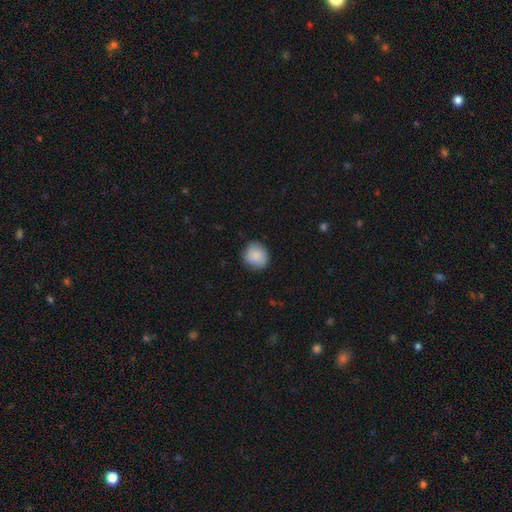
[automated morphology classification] Overall: smooth (83%). How rounded: round (79%). Merging: none (75%).